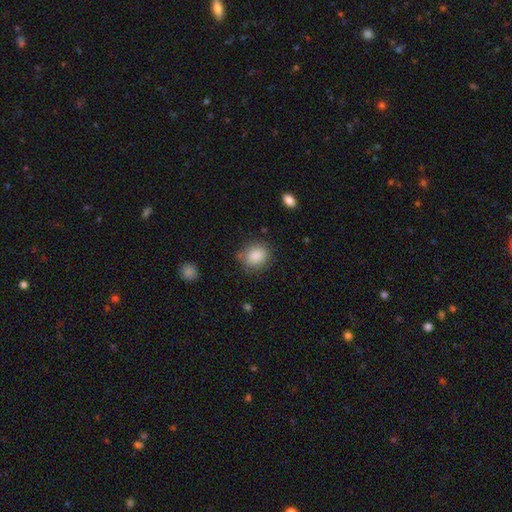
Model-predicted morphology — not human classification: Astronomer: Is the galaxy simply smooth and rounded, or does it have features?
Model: smooth — 87%.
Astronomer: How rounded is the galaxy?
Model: round — 68%.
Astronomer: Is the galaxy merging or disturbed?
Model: none — 79%.